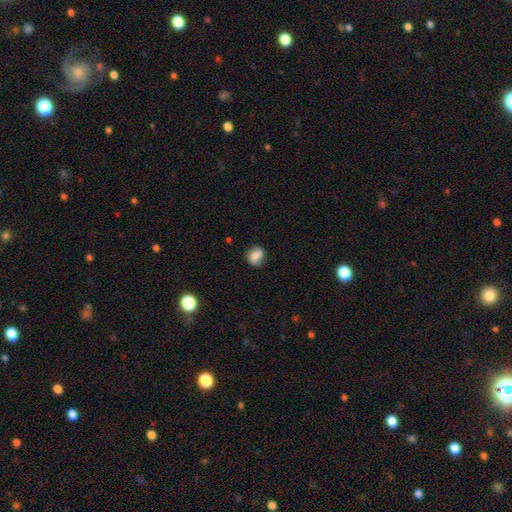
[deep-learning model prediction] This appears to be a smooth galaxy with no disk features (78%) that is round (54%). Merging: none (73%).